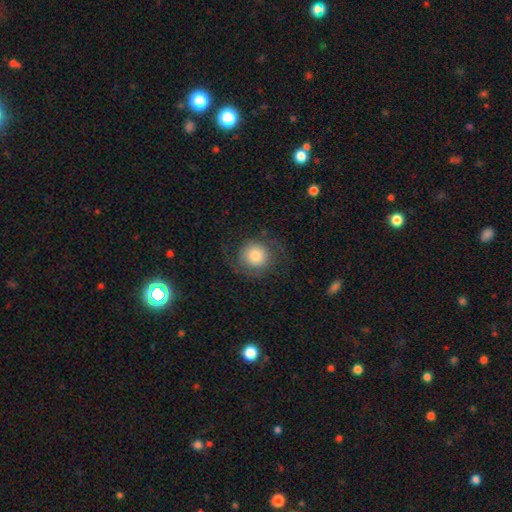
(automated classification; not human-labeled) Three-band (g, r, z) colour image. It shows a smooth galaxy with no disk features (59%) that is round (89%). Merging: none (68%).